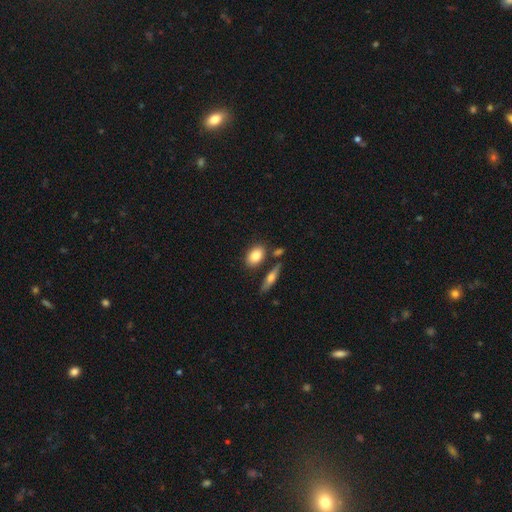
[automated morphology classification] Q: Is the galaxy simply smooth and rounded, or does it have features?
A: smooth — 82%.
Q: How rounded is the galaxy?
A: in between — 80%.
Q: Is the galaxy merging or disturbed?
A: none — 72%.